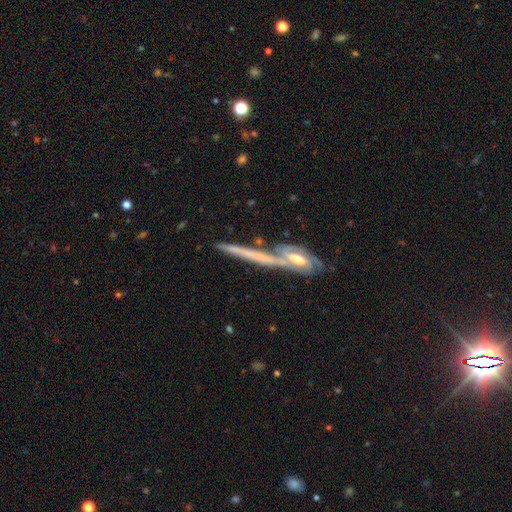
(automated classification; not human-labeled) A featured or disk galaxy (57%) viewed edge-on (80%).

Vote fractions:
- Smooth or featured? featured or disk: 57% / smooth: 31% / star or artifact: 12%
- Edge-on disk? yes: 80% / no: 20%
- Merging? none: 52% / merger: 29% / minor disturbance: 12% / major disturbance: 8%